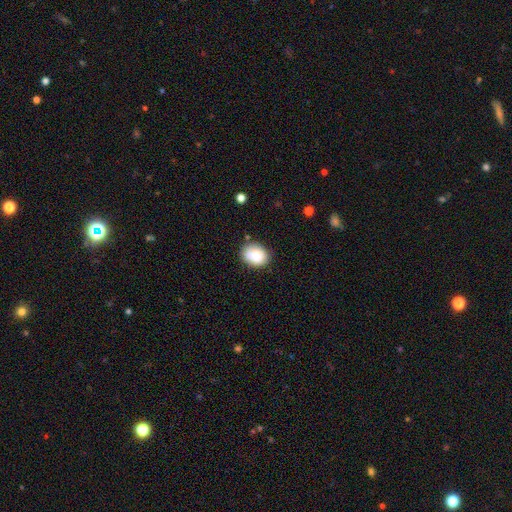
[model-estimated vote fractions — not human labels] This is clearly a smooth galaxy (83%). How rounded: possibly in between (57%). Merging: likely none (74%).